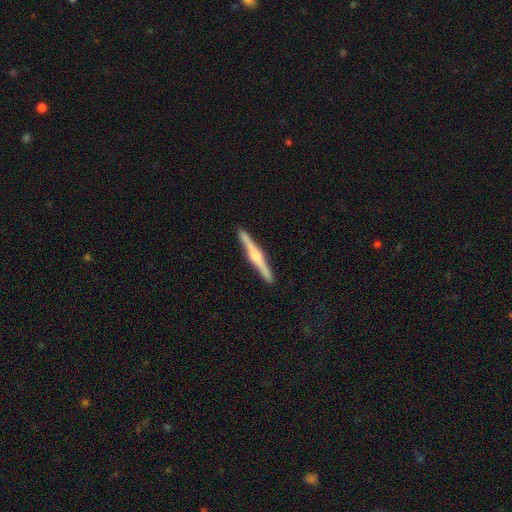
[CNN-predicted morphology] Smooth or featured? Predicted: featured or disk (p=0.73). Edge-on disk? Predicted: yes (p=0.98). Edge-on bulge? Predicted: rounded (p=0.76). Merging? Predicted: none (p=0.92).